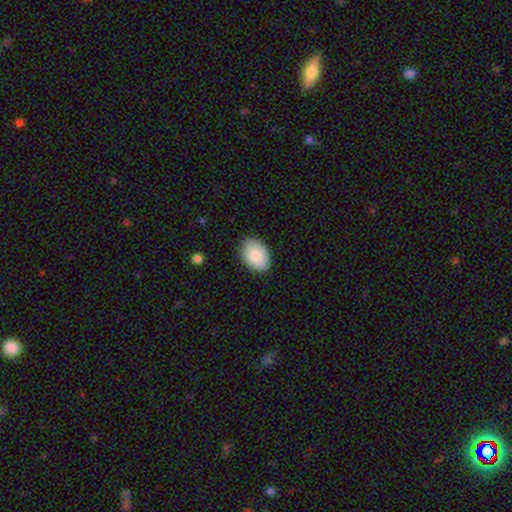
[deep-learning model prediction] Morphology: type=smooth (89%); roundness=in between (87%); merging=none (86%).